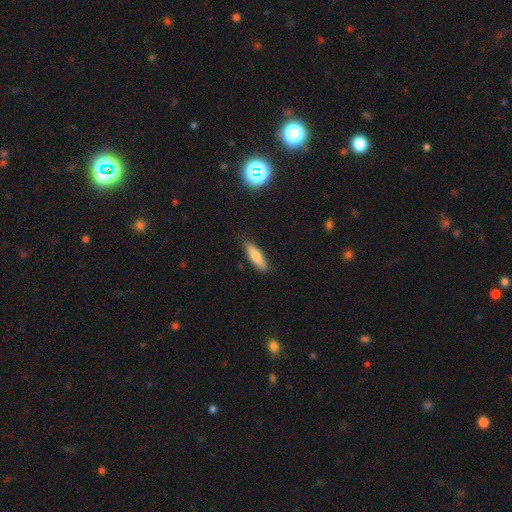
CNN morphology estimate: Smooth or featured: smooth — 70% (featured or disk — 23%)
How rounded: cigar-shaped — 65% (in between — 34%)
Merging: none — 84% (minor disturbance — 12%)